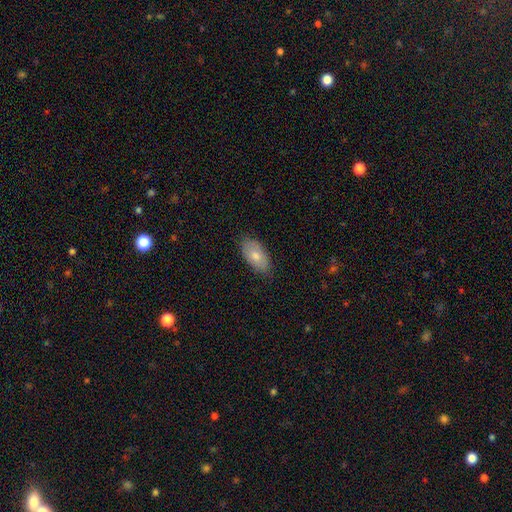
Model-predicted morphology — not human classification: Smooth or featured? smooth (74%)
How rounded? in between (94%)
Merging? none (80%)